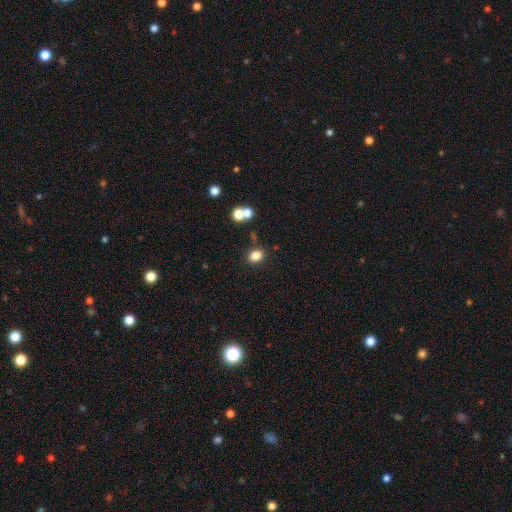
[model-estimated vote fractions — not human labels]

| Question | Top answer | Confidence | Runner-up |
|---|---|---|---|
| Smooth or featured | smooth | 82% | star or artifact (12%) |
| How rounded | in between | 63% | round (36%) |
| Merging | none | 80% | minor disturbance (11%) |